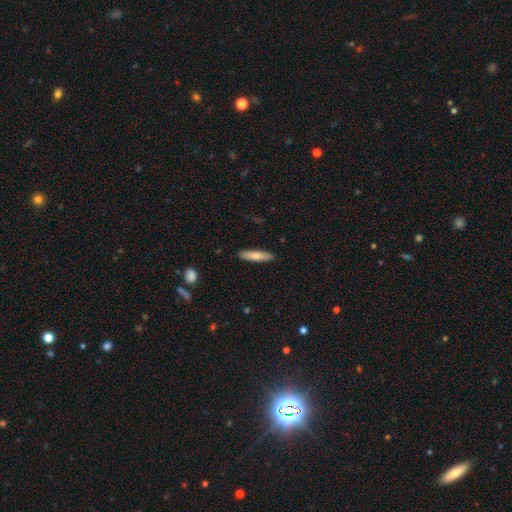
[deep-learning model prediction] Overall: smooth (75%). How rounded: cigar-shaped (80%). Merging: none (90%).